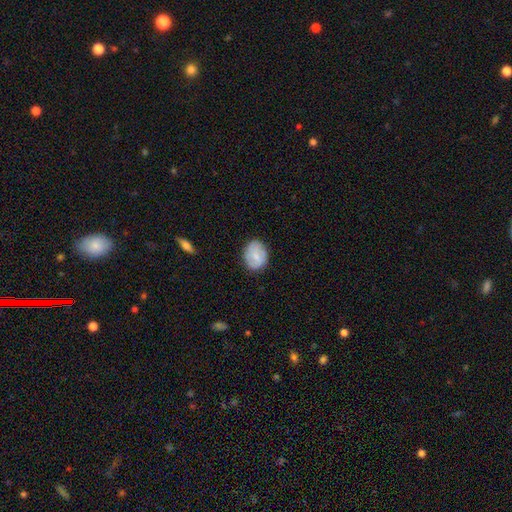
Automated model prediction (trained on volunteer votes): Smooth or featured? Predicted: smooth (p=0.66). How rounded? Predicted: in between (p=0.52). Merging? Predicted: none (p=0.81).